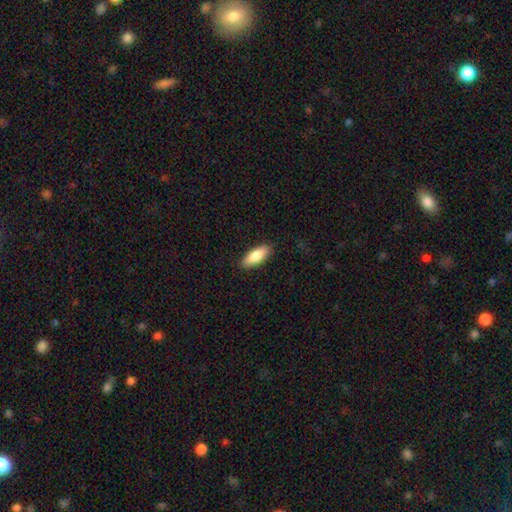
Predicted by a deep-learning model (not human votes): Smooth or featured: smooth — 83% (featured or disk — 12%)
How rounded: in between — 70% (cigar-shaped — 28%)
Merging: none — 88% (minor disturbance — 9%)